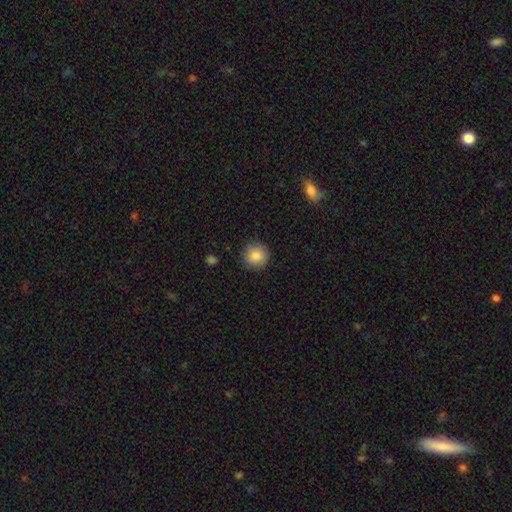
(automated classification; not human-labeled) The model was most divided on "smooth or featured": smooth: 86%, star or artifact: 9%, featured or disk: 5%. More confident: how rounded — round (94%); merging — none (89%).